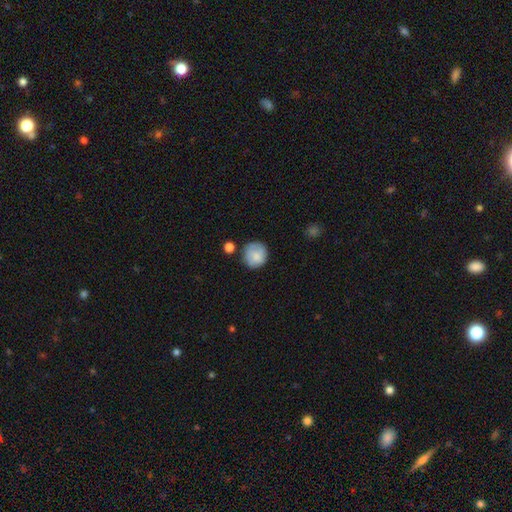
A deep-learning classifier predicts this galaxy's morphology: Q: Smooth or featured?
A: smooth (76%); runner-up: featured or disk (17%)
Q: How rounded?
A: round (89%); runner-up: in between (10%)
Q: Merging?
A: none (71%); runner-up: minor disturbance (18%)